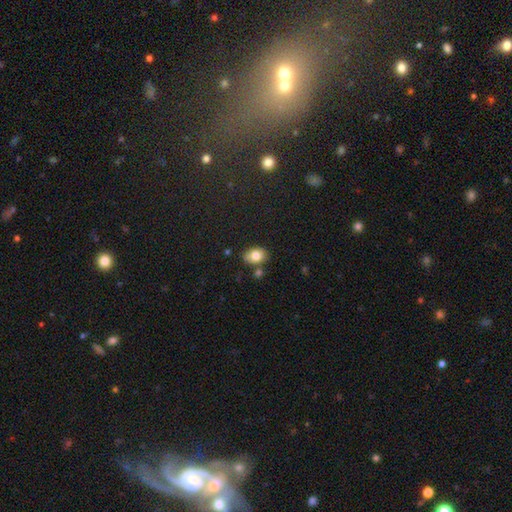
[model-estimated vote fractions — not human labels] Smooth or featured: smooth — 80% (featured or disk — 11%)
How rounded: in between — 74% (round — 25%)
Merging: none — 74% (minor disturbance — 14%)